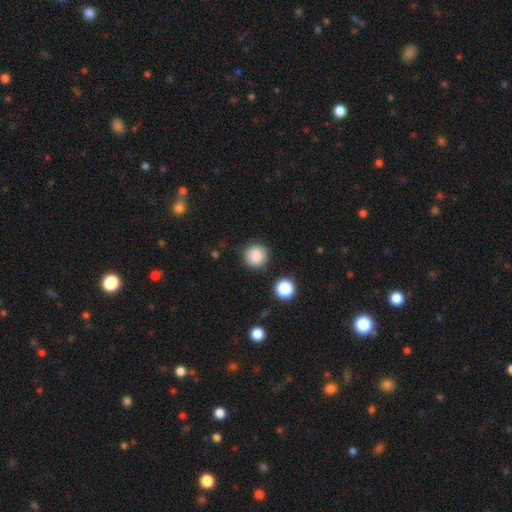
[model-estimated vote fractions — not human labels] smooth-or-featured: smooth: 86% | star or artifact: 10% | featured or disk: 4%
  how-rounded: round: 94% | in between: 5% | cigar-shaped: 1%
  merging: none: 86% | minor disturbance: 9% | major disturbance: 3% | merger: 3%